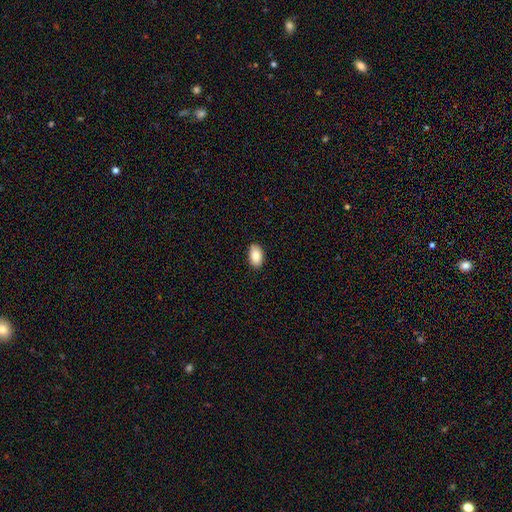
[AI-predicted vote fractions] A smooth galaxy with no disk features (86%) that is in between round and cigar-shaped (93%). Merging: none (89%).